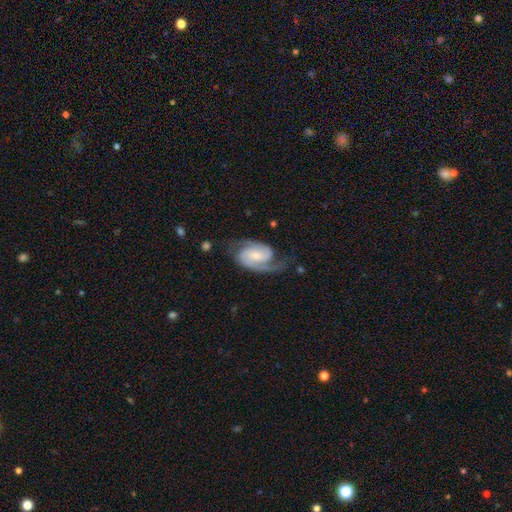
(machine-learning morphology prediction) This is clearly a featured or disk galaxy (86%). It is clearly not viewed edge-on (97%). Bar: marginally weak (44%). Spiral arm pattern: clearly yes (97%). Spiral arm count: clearly 2 (82%). Spiral winding: possibly medium (49%). Central bulge: possibly small (55%). Merging: likely none (63%).